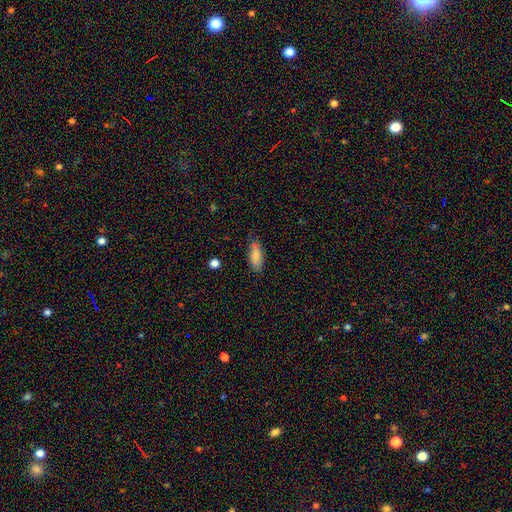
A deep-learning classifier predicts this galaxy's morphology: Overall: smooth (85%). How rounded: in between (75%). Merging: none (74%).